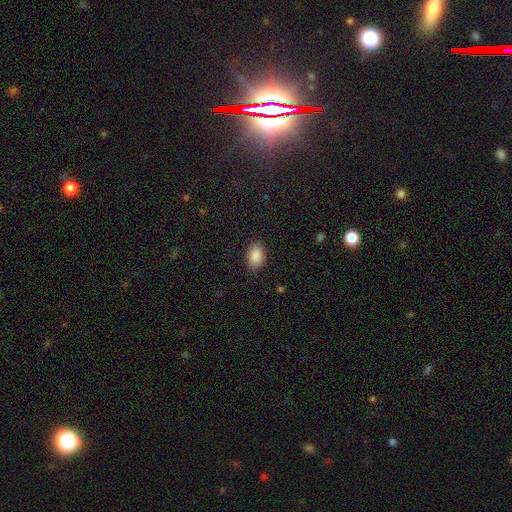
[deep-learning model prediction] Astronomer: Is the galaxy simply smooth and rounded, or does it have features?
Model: smooth — 89%.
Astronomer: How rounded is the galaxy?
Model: in between — 85%.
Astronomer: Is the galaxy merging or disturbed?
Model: none — 86%.